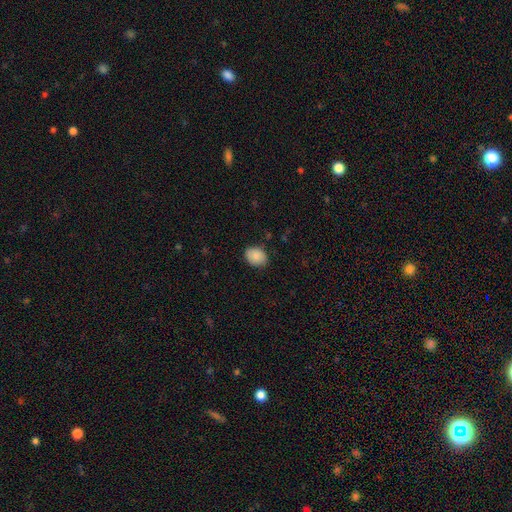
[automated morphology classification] This is clearly a smooth galaxy (86%). How rounded: likely in between (62%). Merging: likely none (80%).